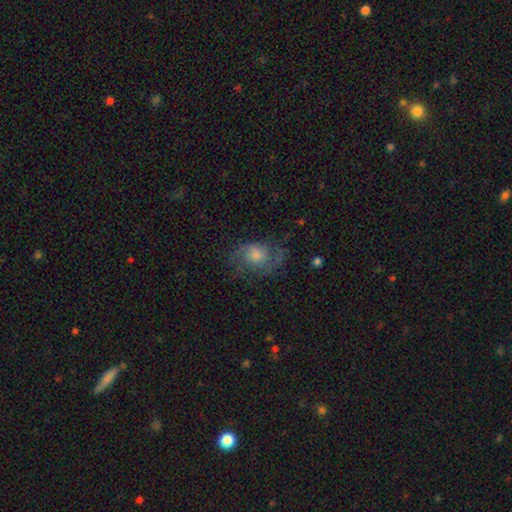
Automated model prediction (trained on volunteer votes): Smooth or featured: featured or disk — 52% (smooth — 37%)
Edge-on disk: no — 96% (yes — 4%)
Bar: no — 76% (weak — 21%)
Spiral arms: yes — 83% (no — 17%)
Bulge size: moderate — 42% (small — 27%)
Merging: none — 56% (minor disturbance — 23%)